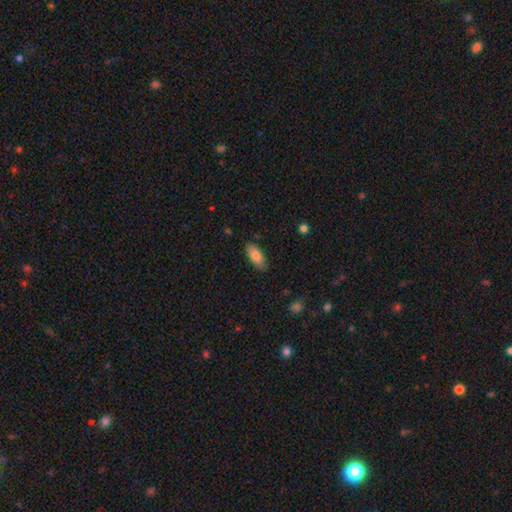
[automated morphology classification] This is likely a smooth galaxy (79%). How rounded: clearly in between (88%). Merging: clearly none (84%).